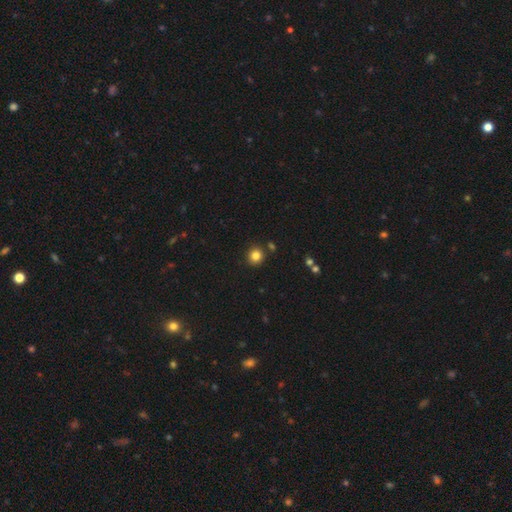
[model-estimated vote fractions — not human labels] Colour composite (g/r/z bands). It shows a smooth galaxy with no disk features (83%) that is round (90%). Merging: none (86%).